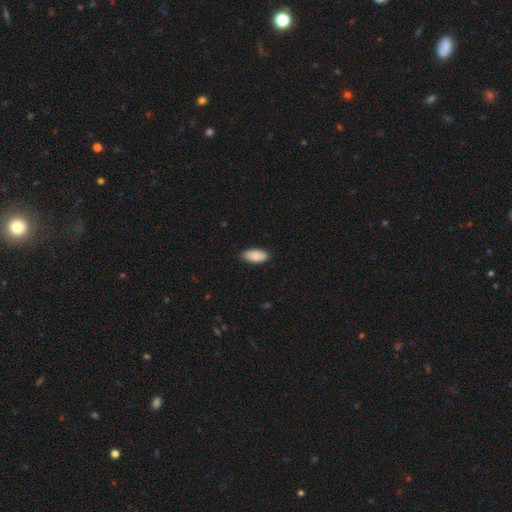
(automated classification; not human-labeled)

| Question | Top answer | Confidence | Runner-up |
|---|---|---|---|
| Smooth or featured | smooth | 88% | featured or disk (6%) |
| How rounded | in between | 91% | cigar-shaped (7%) |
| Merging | none | 86% | minor disturbance (12%) |